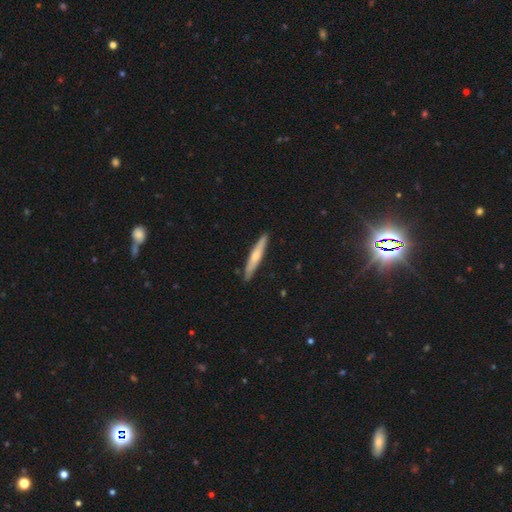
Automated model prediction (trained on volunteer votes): This appears to be a smooth galaxy with no disk features (49%). Merging: none (88%).